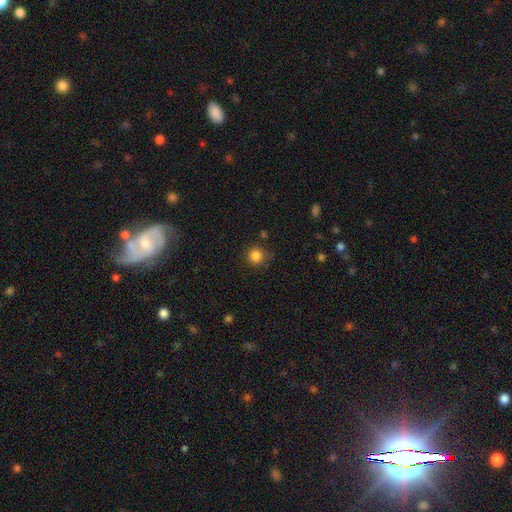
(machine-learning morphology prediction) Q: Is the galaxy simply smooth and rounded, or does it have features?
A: smooth — 85%.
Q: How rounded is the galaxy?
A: round — 92%.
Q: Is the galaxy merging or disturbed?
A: none — 80%.